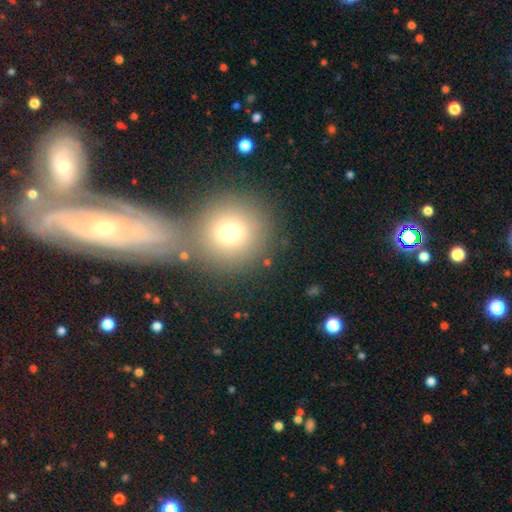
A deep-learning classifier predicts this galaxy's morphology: smooth_or_featured: smooth (p=0.49) [alt: featured or disk p=0.31]
merging: none (p=0.69) [alt: merger p=0.17]